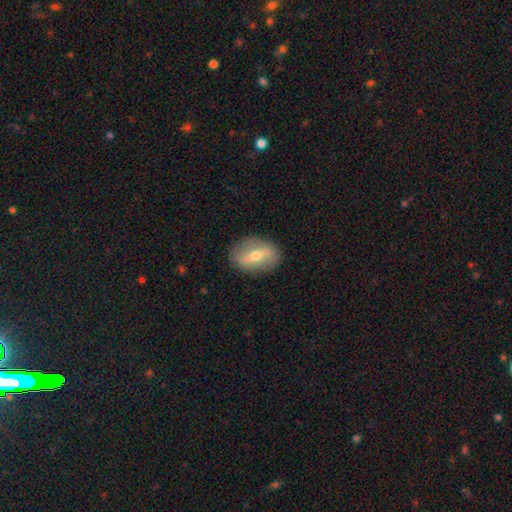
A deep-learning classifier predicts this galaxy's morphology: Smooth or featured: featured or disk — 52% (smooth — 41%)
Edge-on disk: no — 80% (yes — 20%)
Merging: none — 85% (minor disturbance — 11%)